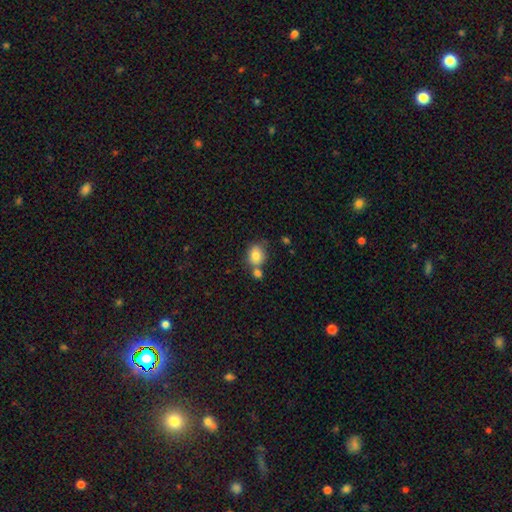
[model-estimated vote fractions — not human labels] This is clearly a smooth galaxy (81%). How rounded: likely round (62%). Merging: possibly none (54%).